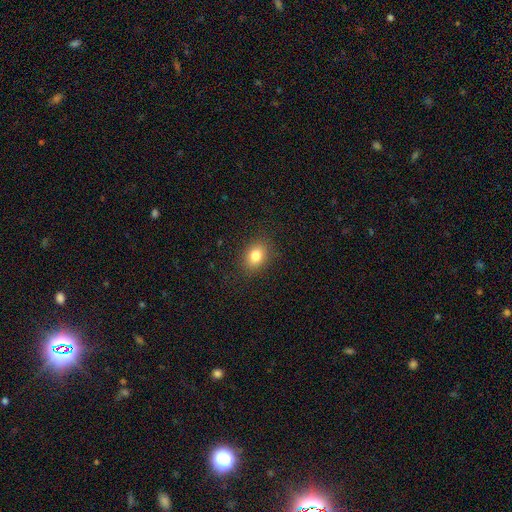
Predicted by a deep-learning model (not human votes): smooth 82%, star or artifact 10%, featured or disk 8%. Down the decision tree: how rounded — in between (64%); merging — none (87%).